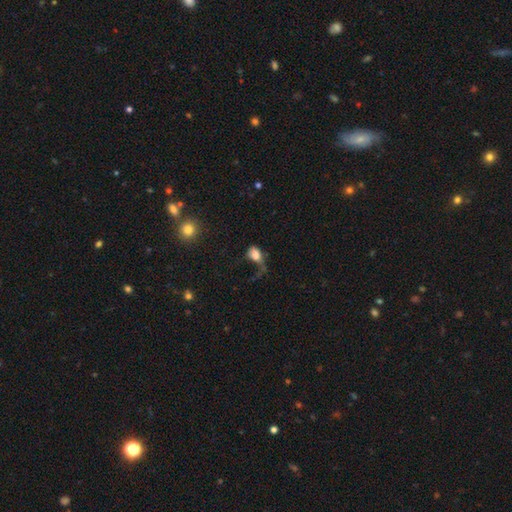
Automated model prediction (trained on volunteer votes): The model was most divided on "merging": major disturbance: 50%, none: 23%, minor disturbance: 20%, merger: 8%. More confident: how rounded — in between (79%); smooth or featured — smooth (74%).